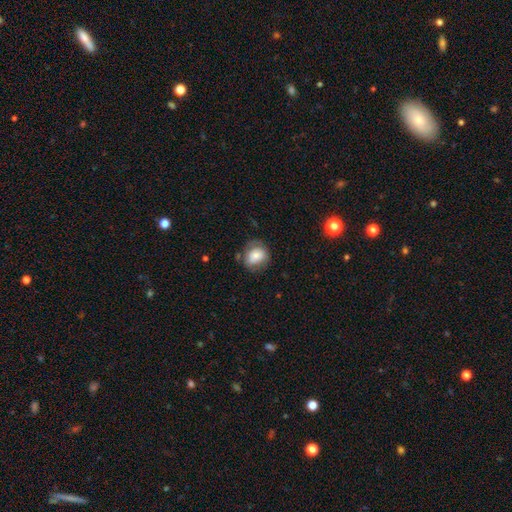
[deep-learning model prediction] smooth_or_featured: smooth (p=0.72) [alt: featured or disk p=0.20]
how_rounded: round (p=0.62) [alt: in between p=0.37]
merging: none (p=0.63) [alt: minor disturbance p=0.23]